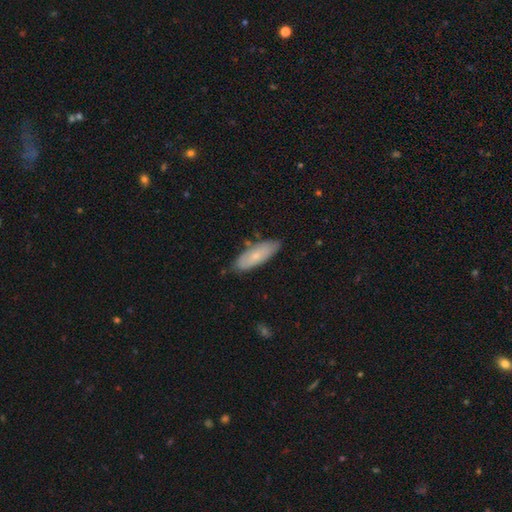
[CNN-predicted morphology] This appears to be a smooth galaxy with no disk features (63%) that is in between round and cigar-shaped (65%). Merging: none (78%).